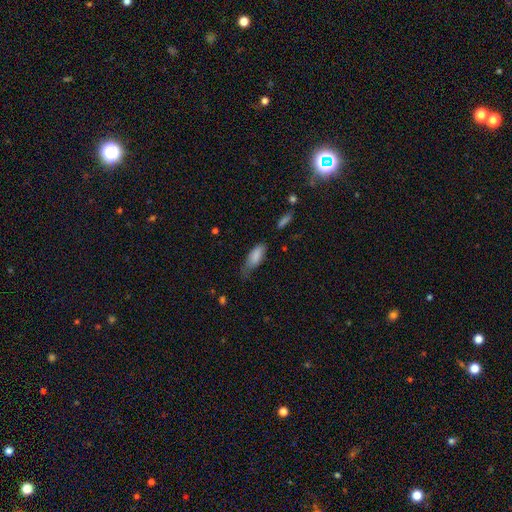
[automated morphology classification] smooth 84%, featured or disk 9%, star or artifact 7%. Down the decision tree: how rounded — in between (76%); merging — none (44%).